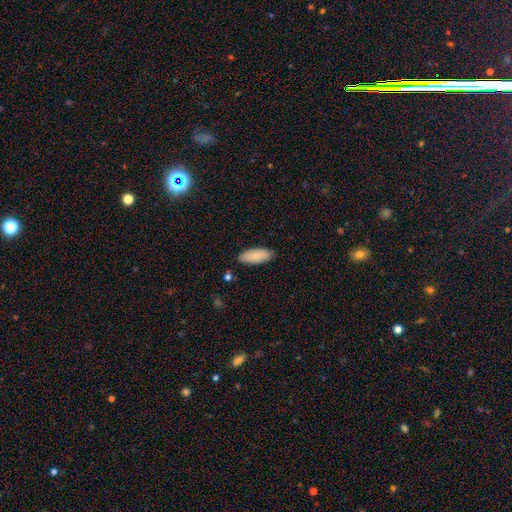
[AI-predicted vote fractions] Smooth or featured?
  - smooth: 86% *
  - featured or disk: 8%
  - star or artifact: 6%
How rounded?
  - in between: 80% *
  - cigar-shaped: 18%
  - round: 2%
Merging?
  - none: 85% *
  - minor disturbance: 11%
  - major disturbance: 2%
  - merger: 1%